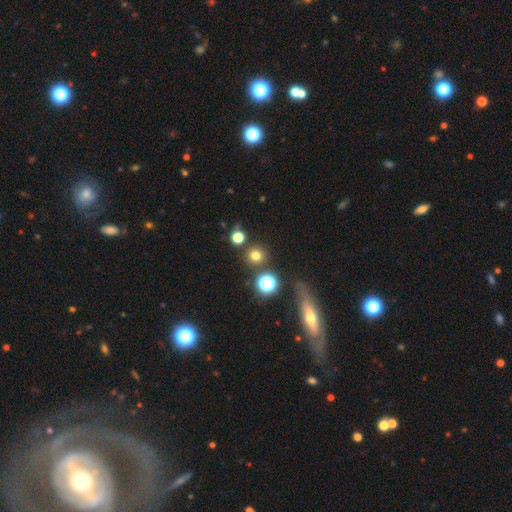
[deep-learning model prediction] This appears to be a smooth galaxy with no disk features (74%) that is round (92%). Merging: none (83%).